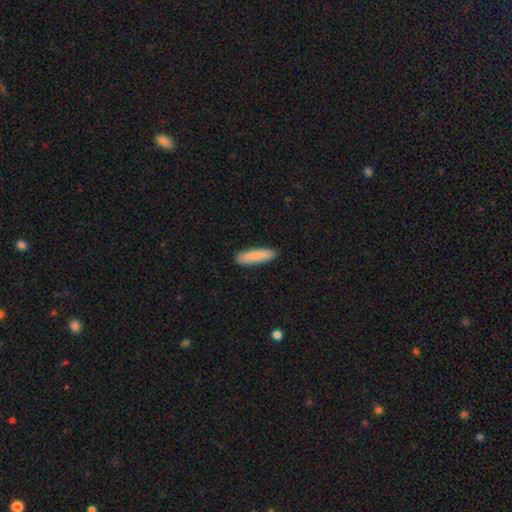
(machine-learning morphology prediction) The model was most divided on "how rounded": cigar-shaped: 74%, in between: 24%, round: 1%. More confident: merging — none (88%); smooth or featured — smooth (84%).